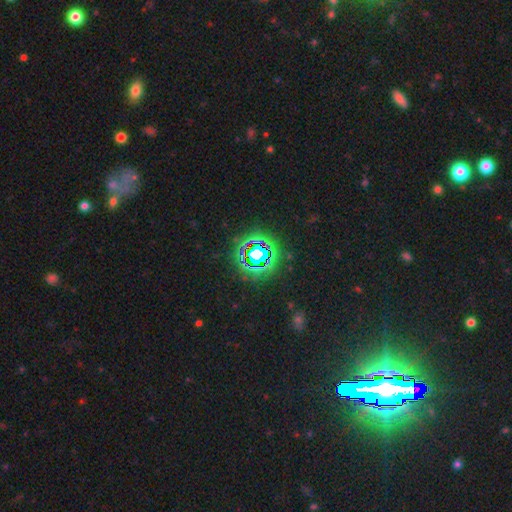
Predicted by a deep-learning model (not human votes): This is likely a star or artifact rather than a galaxy (74%).